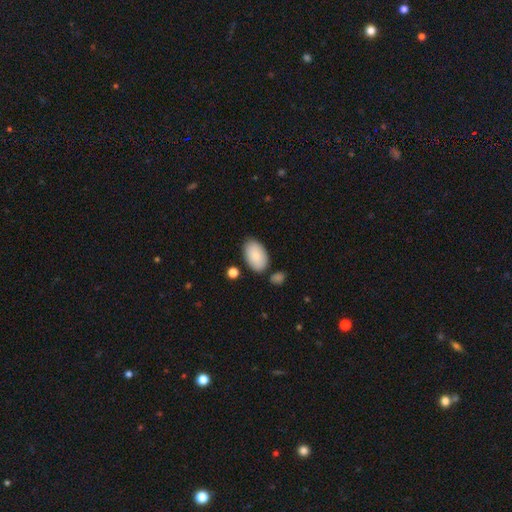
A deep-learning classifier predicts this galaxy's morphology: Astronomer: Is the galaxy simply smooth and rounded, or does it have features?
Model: smooth — 86%.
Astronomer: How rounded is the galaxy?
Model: in between — 95%.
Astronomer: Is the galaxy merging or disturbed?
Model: none — 79%.